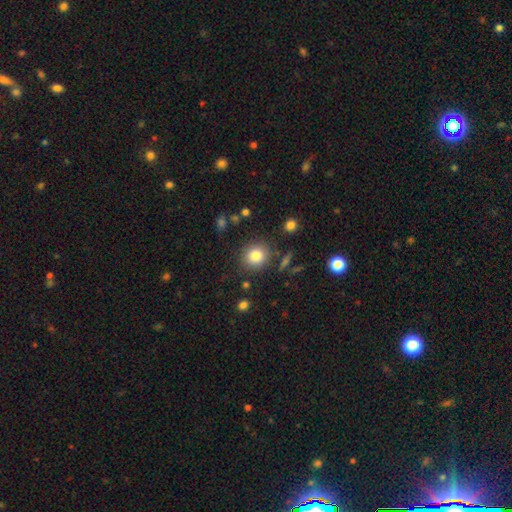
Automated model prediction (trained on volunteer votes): smooth 83%, star or artifact 10%, featured or disk 7%. Down the decision tree: how rounded — round (81%); merging — none (83%).